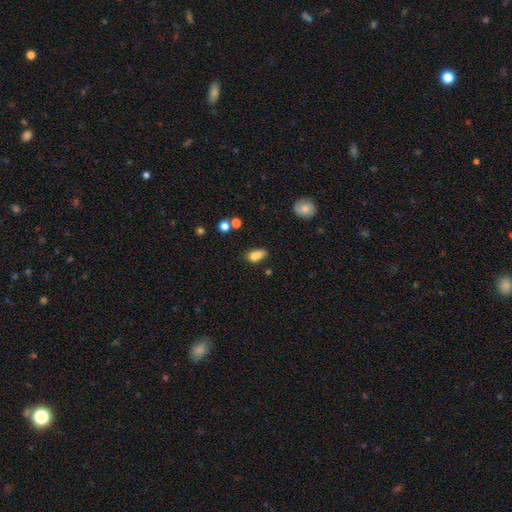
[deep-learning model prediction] Morphology: type=smooth (83%); roundness=in between (83%); merging=none (60%).